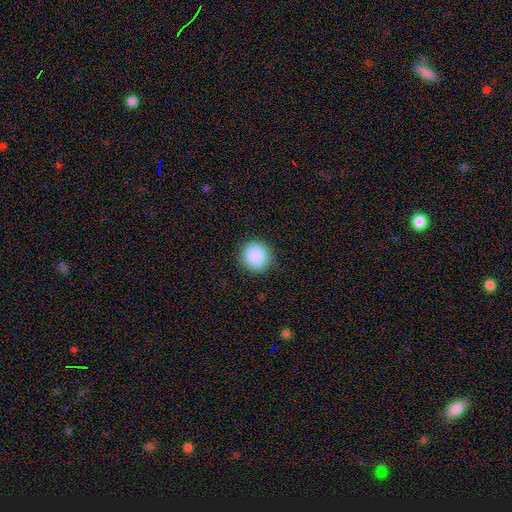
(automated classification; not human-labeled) Morphology: type=smooth (89%); roundness=round (92%); merging=none (91%).